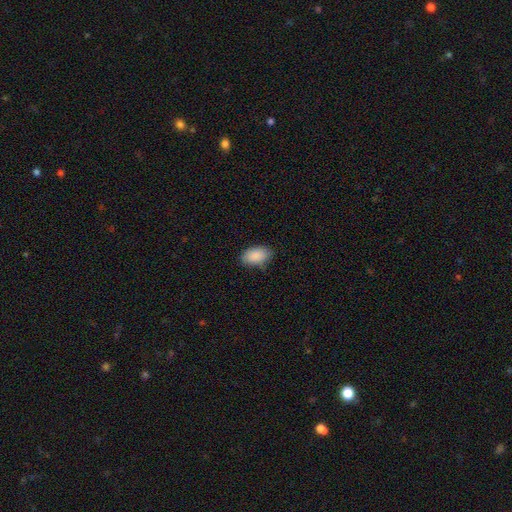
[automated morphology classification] This is clearly a smooth galaxy (89%). How rounded: clearly in between (93%). Merging: likely none (79%).